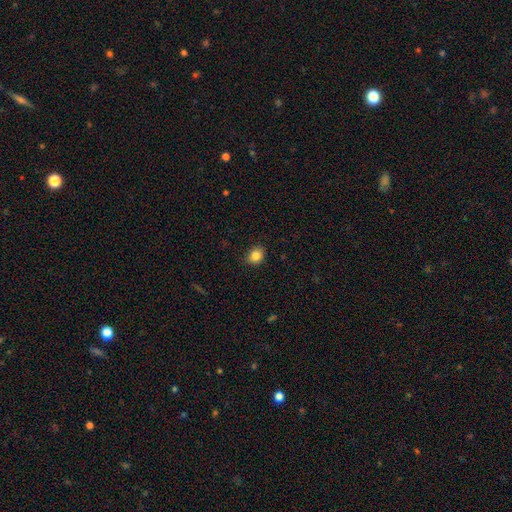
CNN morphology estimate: This appears to be a smooth galaxy with no disk features (84%) that is round (63%). Merging: none (85%).